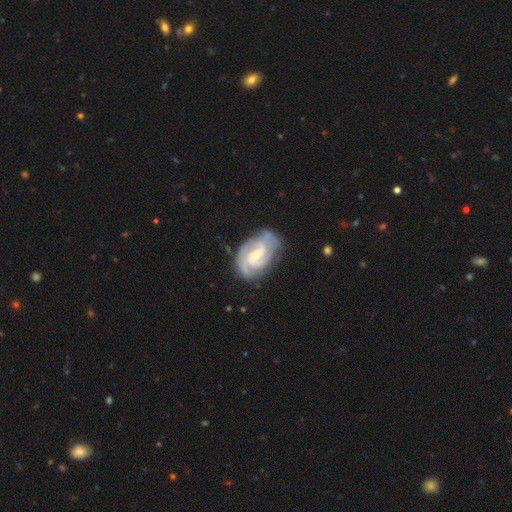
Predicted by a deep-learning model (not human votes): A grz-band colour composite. It shows a featured or disk galaxy (85%) with a weak bar (46%), 2 (49%) tight (53%) spiral arms (96%) and a small central bulge (66%). Merging: none (69%).